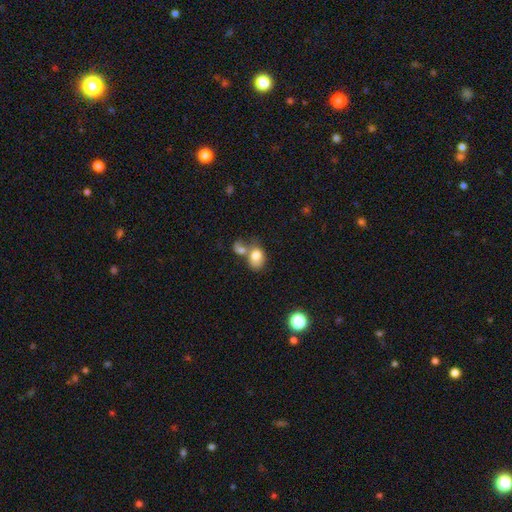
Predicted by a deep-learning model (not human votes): Overall: smooth (77%). How rounded: in between (67%; round 32%). Merging: merger (59%; none 24%).